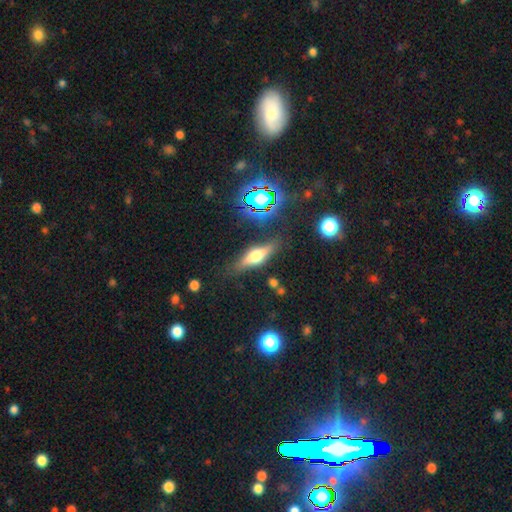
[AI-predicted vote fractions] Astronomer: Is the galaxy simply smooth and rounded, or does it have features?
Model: featured or disk — 56% (runner-up: smooth, 34%).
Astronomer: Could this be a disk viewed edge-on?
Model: yes — 92%.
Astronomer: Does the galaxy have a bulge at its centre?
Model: rounded — 92%.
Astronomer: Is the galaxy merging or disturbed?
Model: none — 80%.